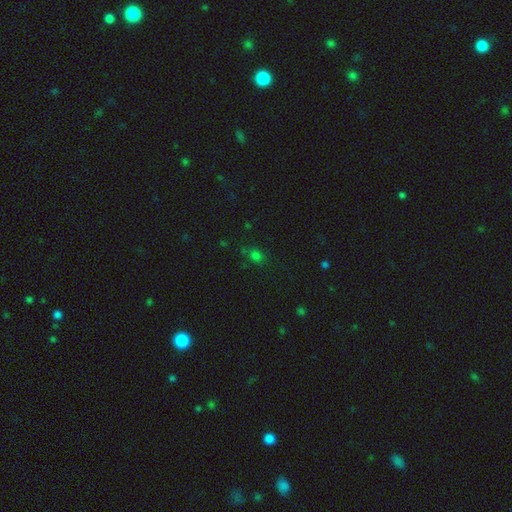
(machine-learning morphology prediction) Overall: smooth (67%). How rounded: in between (50%; round 47%). Merging: none (68%).